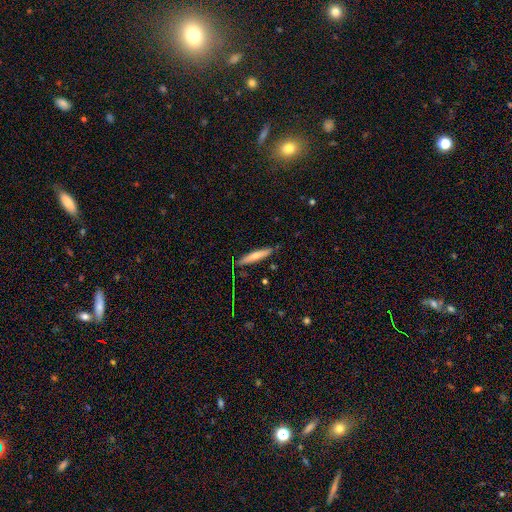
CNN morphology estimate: The model was most divided on "smooth or featured": smooth: 61%, featured or disk: 33%, star or artifact: 7%. More confident: how rounded — cigar-shaped (91%); merging — none (85%).